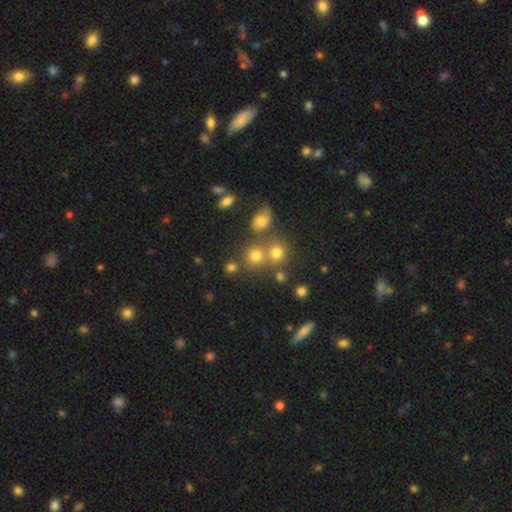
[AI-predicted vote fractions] Q: Smooth or featured?
A: smooth (74%); runner-up: star or artifact (17%)
Q: How rounded?
A: round (83%); runner-up: in between (16%)
Q: Merging?
A: none (57%); runner-up: merger (29%)